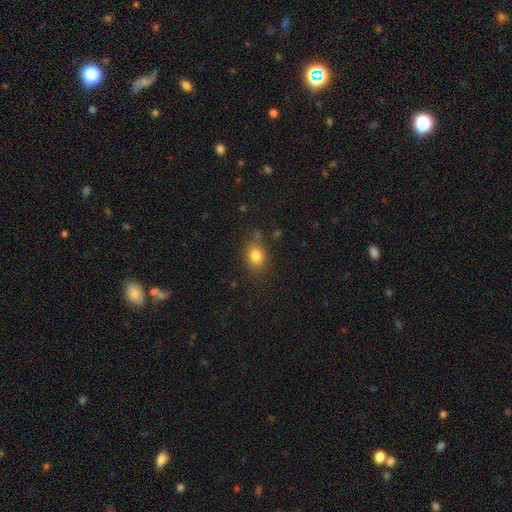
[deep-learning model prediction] Smooth or featured? Predicted: smooth (p=0.81). How rounded? Predicted: in between (p=0.55). Merging? Predicted: none (p=0.76).